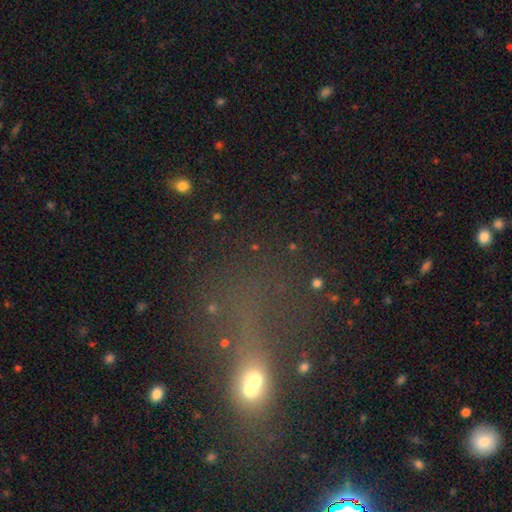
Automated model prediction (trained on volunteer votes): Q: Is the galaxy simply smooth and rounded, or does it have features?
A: star or artifact — 44%.